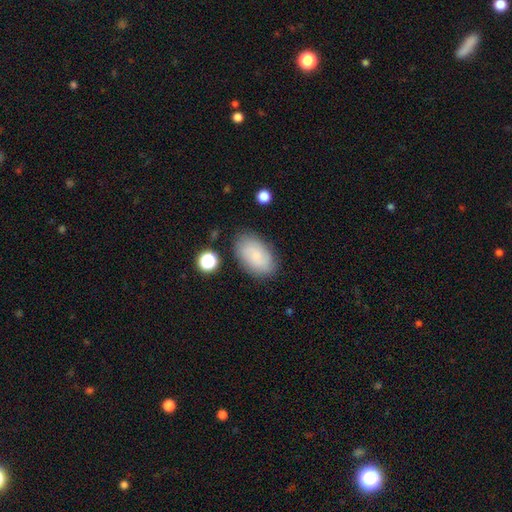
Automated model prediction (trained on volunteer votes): A smooth galaxy with no disk features (75%) that is in between round and cigar-shaped (93%).

Vote fractions:
- Smooth or featured? smooth: 75% / featured or disk: 16% / star or artifact: 9%
- How rounded? in between: 93% / round: 6% / cigar-shaped: 2%
- Merging? none: 80% / minor disturbance: 14% / major disturbance: 4% / merger: 2%